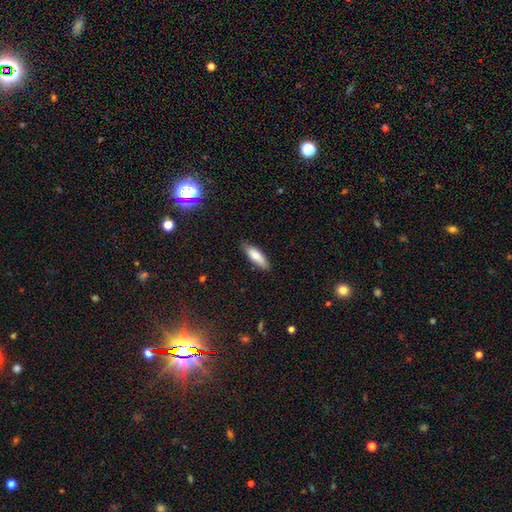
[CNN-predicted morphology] smooth-or-featured: smooth: 79% | featured or disk: 14% | star or artifact: 7%
  how-rounded: in between: 54% | cigar-shaped: 44% | round: 2%
  merging: none: 83% | minor disturbance: 14% | major disturbance: 2% | merger: 1%